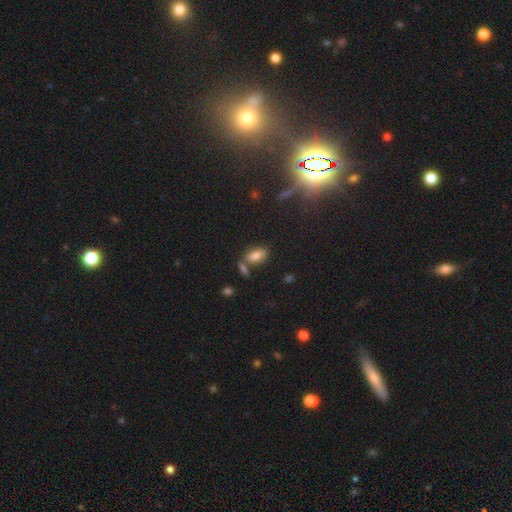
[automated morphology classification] Smooth or featured?
  - smooth: 79% *
  - star or artifact: 11%
  - featured or disk: 10%
How rounded?
  - in between: 89% *
  - round: 6%
  - cigar-shaped: 5%
Merging?
  - none: 64% *
  - merger: 19%
  - minor disturbance: 13%
  - major disturbance: 4%